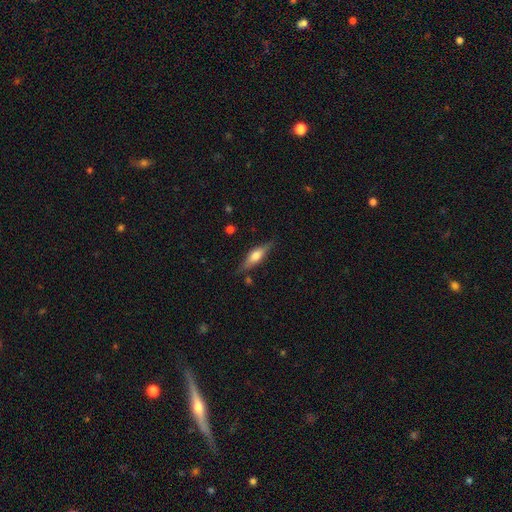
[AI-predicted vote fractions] Overall: featured or disk (56%; smooth 38%). Edge-on disk: yes (93%). Edge-on bulge: rounded (83%). Merging: none (80%).